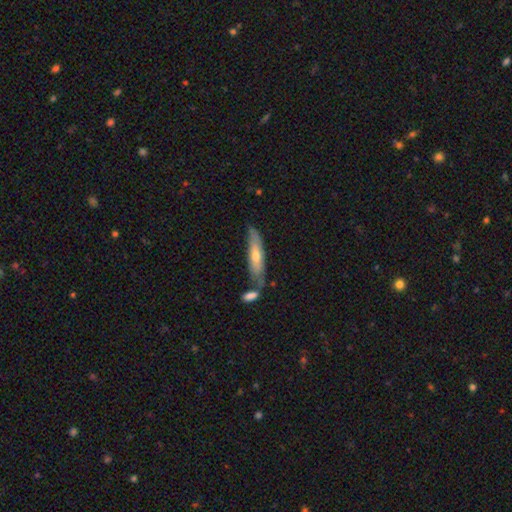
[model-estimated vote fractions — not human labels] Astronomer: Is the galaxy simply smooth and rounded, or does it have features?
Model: smooth — 52% (runner-up: featured or disk, 42%).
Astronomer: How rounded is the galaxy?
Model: cigar-shaped — 78%.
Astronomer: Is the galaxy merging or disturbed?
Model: none — 63%.